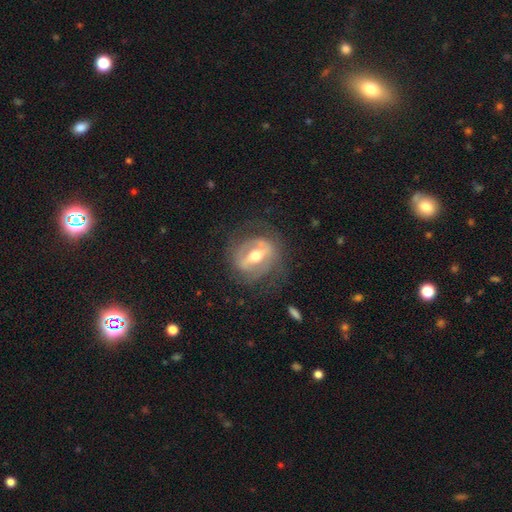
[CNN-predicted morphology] This appears to be a featured or disk galaxy (77%) with a strong bar (65%), spiral arms (54%) and a moderate central bulge (73%). Merging: none (69%).